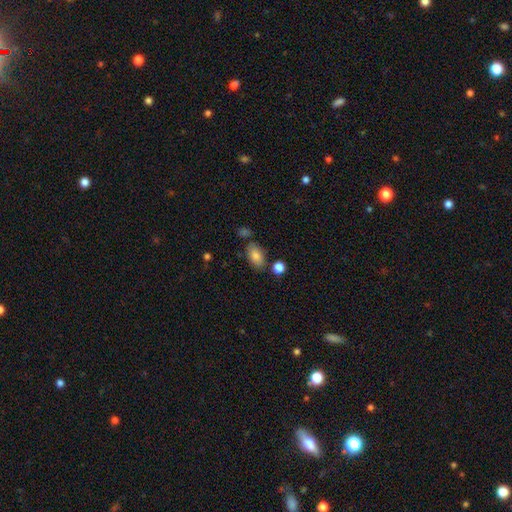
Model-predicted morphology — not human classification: smooth_or_featured: smooth (p=0.82) [alt: featured or disk p=0.09]
how_rounded: in between (p=0.91) [alt: round p=0.07]
merging: none (p=0.73) [alt: minor disturbance p=0.15]